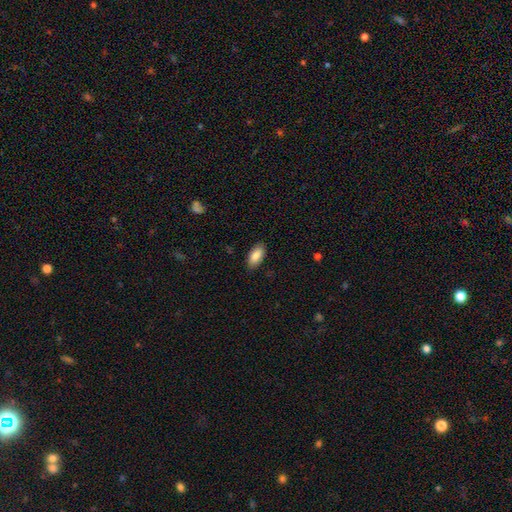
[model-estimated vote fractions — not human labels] Morphology: type=smooth (85%); roundness=in between (92%); merging=none (87%).